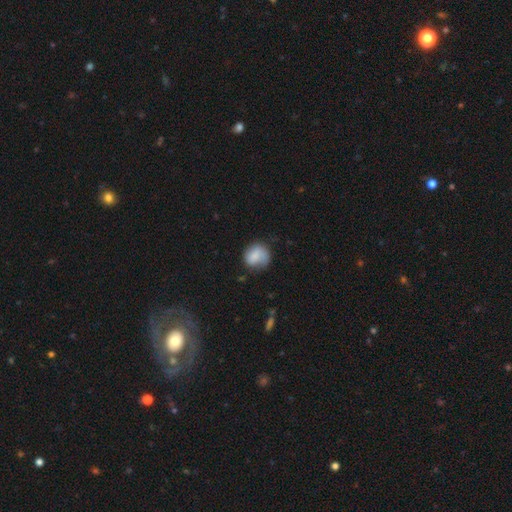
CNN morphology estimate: This appears to be a smooth galaxy with no disk features (78%) that is round (74%). Merging: none (60%).